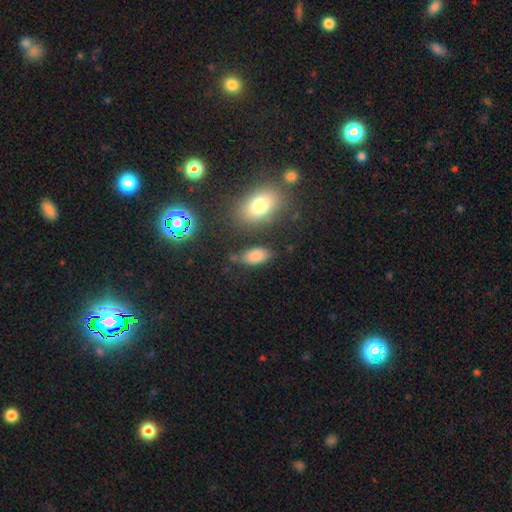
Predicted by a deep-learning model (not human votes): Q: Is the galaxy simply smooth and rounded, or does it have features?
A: smooth — 82%.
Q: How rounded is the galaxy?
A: in between — 91%.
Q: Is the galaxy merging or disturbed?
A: none — 75%.